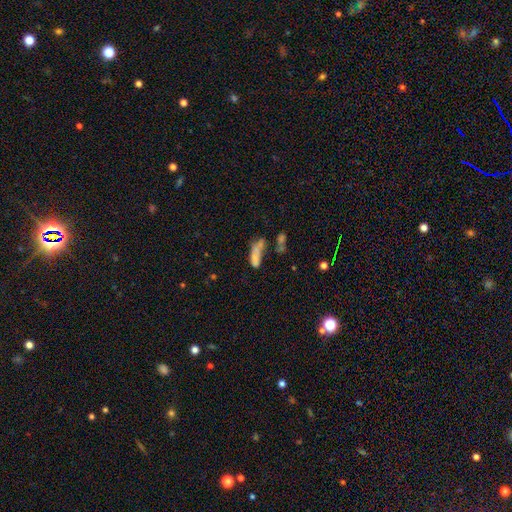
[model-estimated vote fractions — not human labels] smooth 59%, featured or disk 27%, star or artifact 14%. Down the decision tree: how rounded — in between (65%); merging — merger (40%).